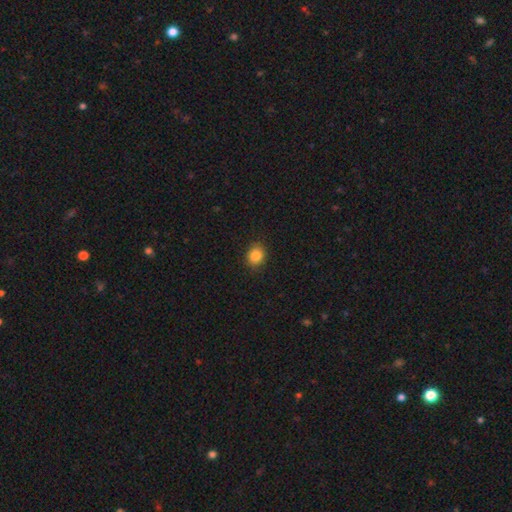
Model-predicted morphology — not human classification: Smooth or featured?
  - smooth: 85% *
  - star or artifact: 10%
  - featured or disk: 5%
How rounded?
  - round: 68% *
  - in between: 31%
  - cigar-shaped: 1%
Merging?
  - none: 89% *
  - minor disturbance: 8%
  - major disturbance: 2%
  - merger: 1%